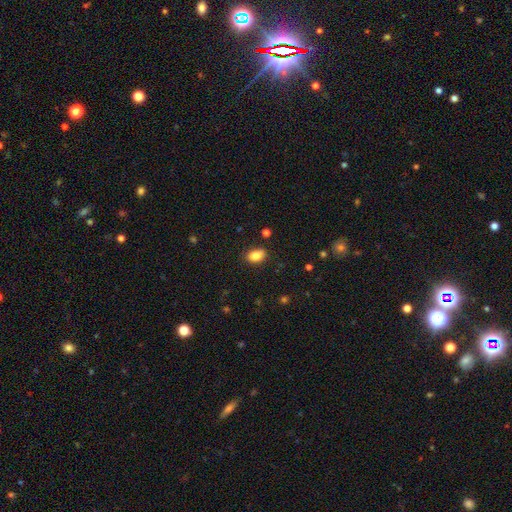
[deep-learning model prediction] smooth_or_featured: smooth (p=0.84) [alt: star or artifact p=0.09]
how_rounded: in between (p=0.82) [alt: round p=0.17]
merging: none (p=0.82) [alt: minor disturbance p=0.13]